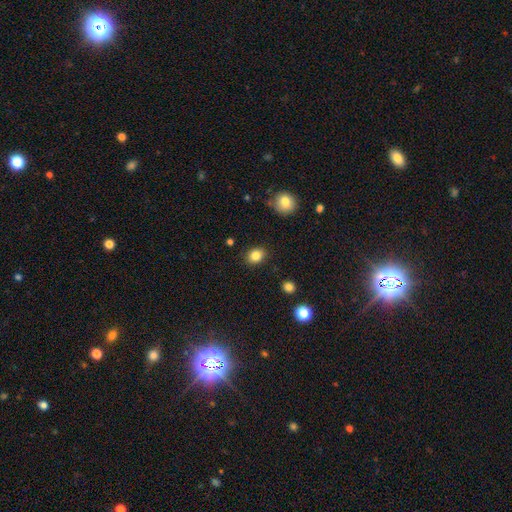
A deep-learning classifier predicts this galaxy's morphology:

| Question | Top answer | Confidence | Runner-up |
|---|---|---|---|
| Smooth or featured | smooth | 84% | star or artifact (10%) |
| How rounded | round | 50% | in between (49%) |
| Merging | none | 87% | minor disturbance (9%) |